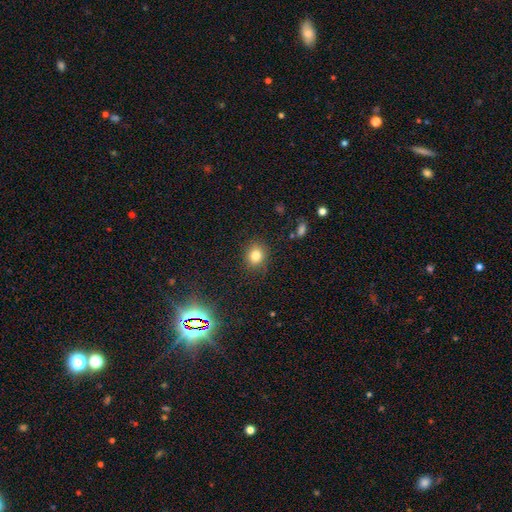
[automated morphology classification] This appears to be a smooth galaxy with no disk features (80%) that is round (76%). Merging: none (87%).